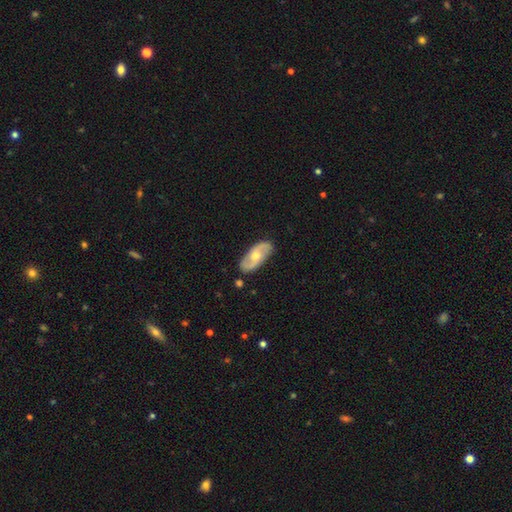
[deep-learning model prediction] Q: Smooth or featured?
A: featured or disk (68%); runner-up: smooth (26%)
Q: Edge-on disk?
A: no (90%); runner-up: yes (10%)
Q: Bar?
A: no (67%); runner-up: weak (27%)
Q: Spiral arms?
A: yes (83%); runner-up: no (17%)
Q: Spiral winding?
A: medium (43%); runner-up: loose (30%)
Q: Spiral arm count?
A: 2 (86%); runner-up: can't tell (9%)
Q: Bulge size?
A: moderate (69%); runner-up: small (24%)
Q: Merging?
A: none (85%); runner-up: minor disturbance (11%)